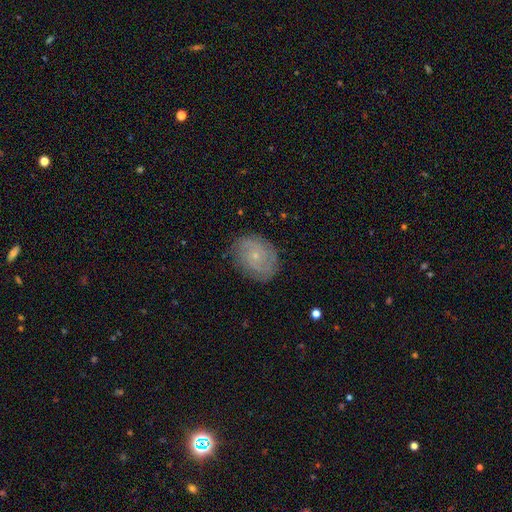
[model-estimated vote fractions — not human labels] Q: Smooth or featured?
A: featured or disk (68%); runner-up: smooth (23%)
Q: Edge-on disk?
A: no (97%); runner-up: yes (3%)
Q: Bar?
A: no (80%); runner-up: weak (17%)
Q: Spiral arms?
A: yes (90%); runner-up: no (10%)
Q: Spiral winding?
A: tight (64%); runner-up: medium (28%)
Q: Spiral arm count?
A: can't tell (36%); runner-up: 2 (34%)
Q: Bulge size?
A: small (83%); runner-up: moderate (12%)
Q: Merging?
A: none (81%); runner-up: minor disturbance (14%)